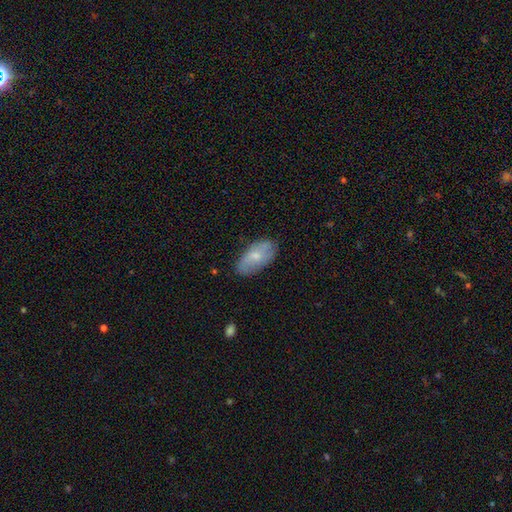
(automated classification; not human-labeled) A smooth galaxy with no disk features (59%) that is in between round and cigar-shaped (92%).

Vote fractions:
- Smooth or featured? smooth: 59% / featured or disk: 35% / star or artifact: 7%
- How rounded? in between: 92% / cigar-shaped: 4% / round: 3%
- Merging? none: 76% / minor disturbance: 19% / major disturbance: 4% / merger: 1%